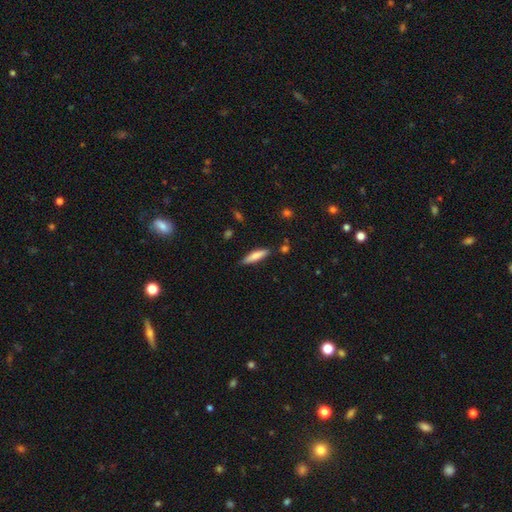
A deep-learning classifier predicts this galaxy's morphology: A smooth galaxy with no disk features (76%) that is cigar-shaped (77%). Merging: none (85%).